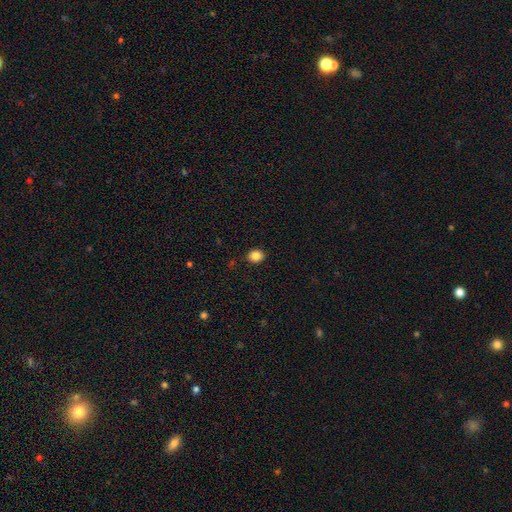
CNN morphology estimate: This is clearly a smooth galaxy (84%). How rounded: likely round (60%). Merging: clearly none (89%).